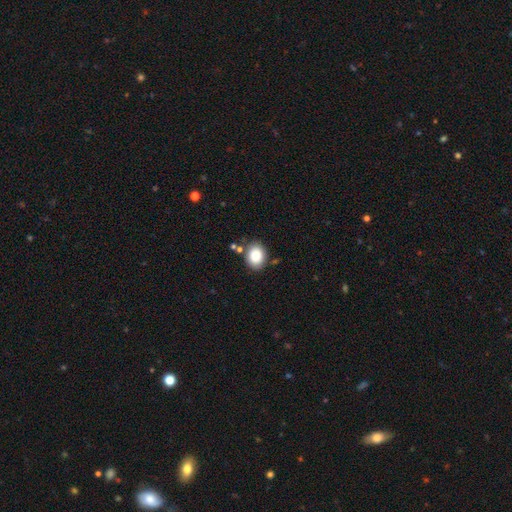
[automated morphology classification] A smooth galaxy with no disk features (82%) that is in between round and cigar-shaped (52%). Merging: none (80%).